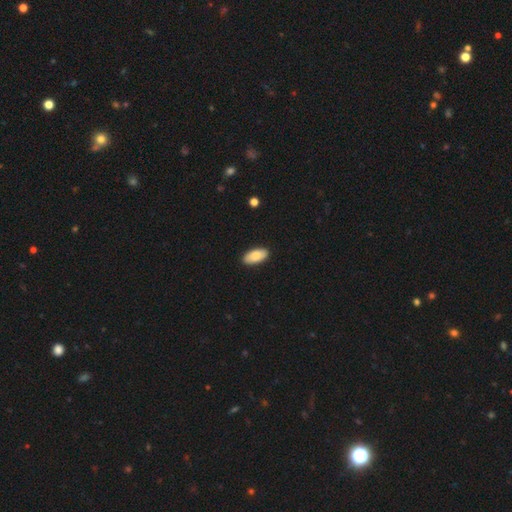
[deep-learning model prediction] Smooth or featured? Predicted: smooth (p=0.83). How rounded? Predicted: in between (p=0.93). Merging? Predicted: none (p=0.90).